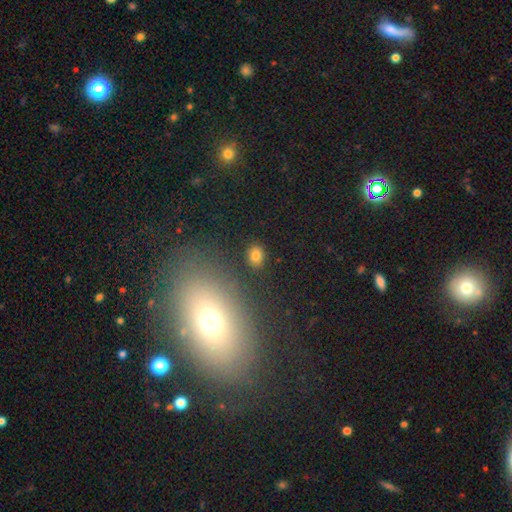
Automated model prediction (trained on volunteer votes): smooth 77%, star or artifact 15%, featured or disk 7%. Down the decision tree: how rounded — in between (56%); merging — none (87%).